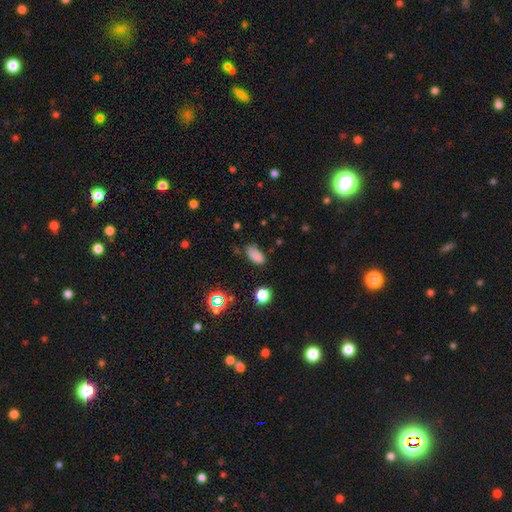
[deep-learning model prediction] This appears to be a smooth galaxy with no disk features (79%) that is in between round and cigar-shaped (89%). Merging: none (68%).